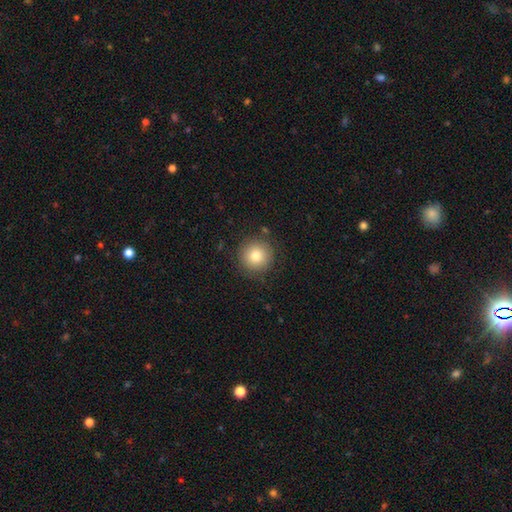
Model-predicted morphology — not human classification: type=smooth (80%); roundness=round (95%); merging=none (88%).